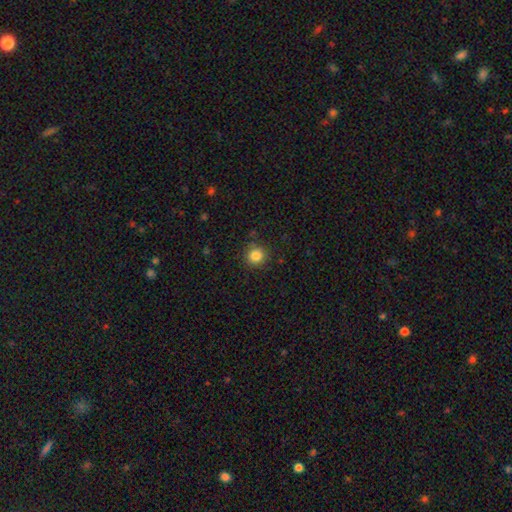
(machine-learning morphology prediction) smooth 84%, star or artifact 11%, featured or disk 5%. Down the decision tree: how rounded — round (93%); merging — none (86%).